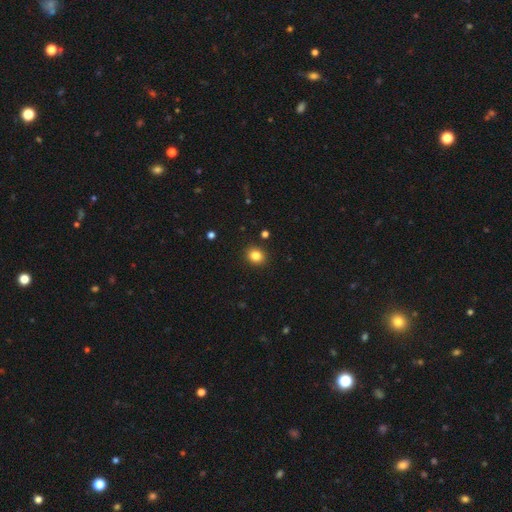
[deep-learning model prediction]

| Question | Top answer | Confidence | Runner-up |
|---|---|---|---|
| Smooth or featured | smooth | 83% | star or artifact (11%) |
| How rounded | round | 72% | in between (28%) |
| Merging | none | 91% | minor disturbance (6%) |